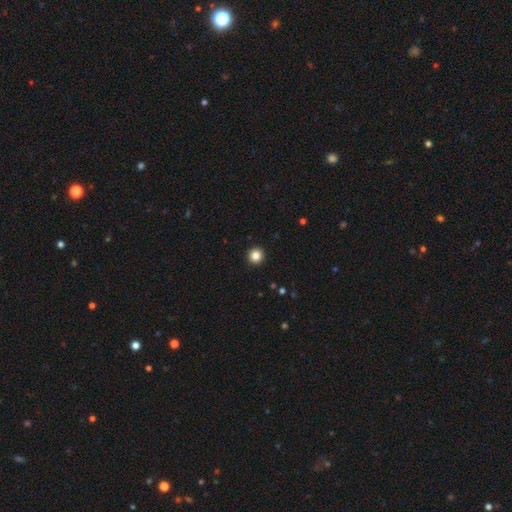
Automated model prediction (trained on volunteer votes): Overall: smooth (84%). How rounded: round (96%). Merging: none (94%).